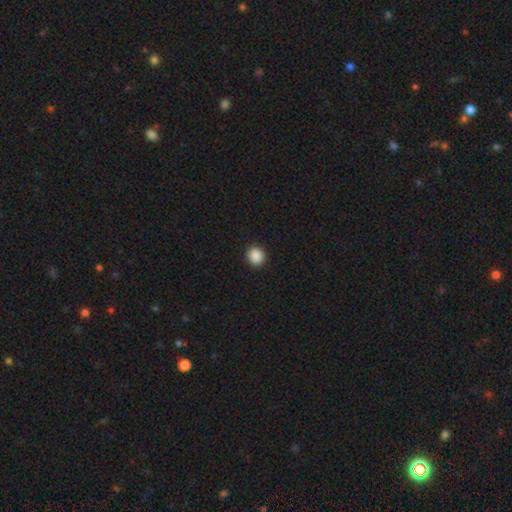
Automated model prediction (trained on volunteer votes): This is clearly a smooth galaxy (88%). How rounded: clearly round (88%). Merging: clearly none (92%).